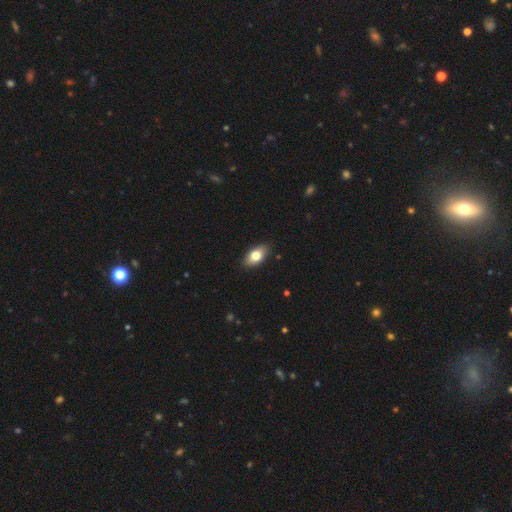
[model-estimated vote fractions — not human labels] Smooth or featured? Predicted: smooth (p=0.77). How rounded? Predicted: in between (p=0.89). Merging? Predicted: none (p=0.87).